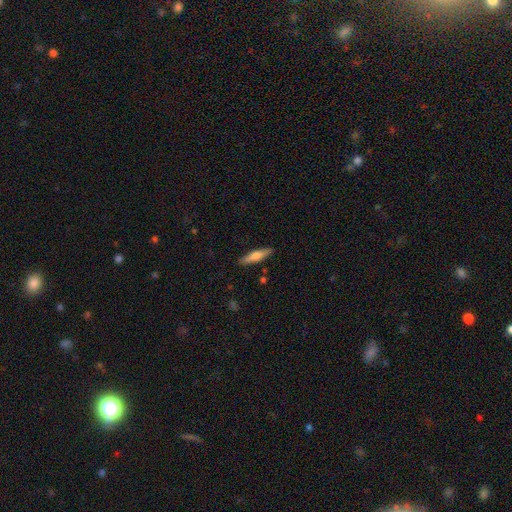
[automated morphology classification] smooth 54%, featured or disk 40%, star or artifact 6%. Down the decision tree: how rounded — cigar-shaped (81%); merging — none (89%).